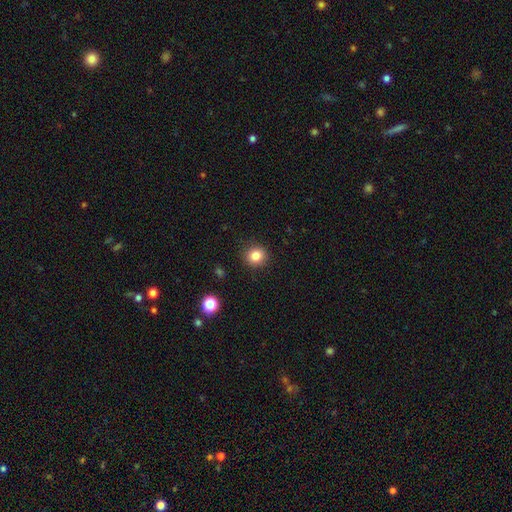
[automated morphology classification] This appears to be a smooth galaxy with no disk features (84%) that is round (86%). Merging: none (90%).